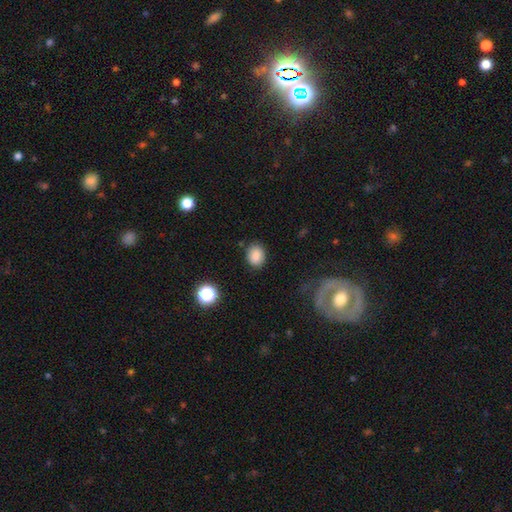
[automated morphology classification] Smooth or featured? Predicted: smooth (p=0.85). How rounded? Predicted: in between (p=0.54). Merging? Predicted: none (p=0.84).